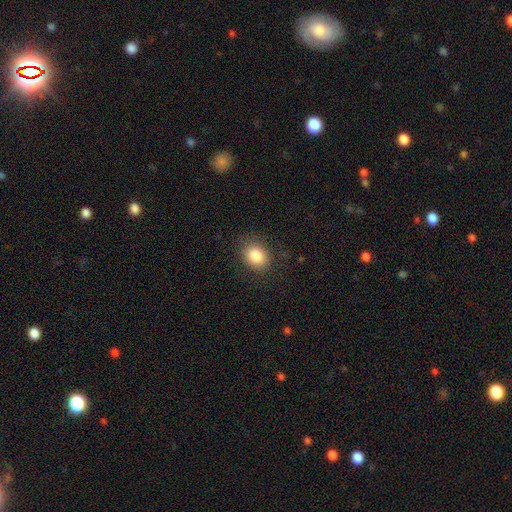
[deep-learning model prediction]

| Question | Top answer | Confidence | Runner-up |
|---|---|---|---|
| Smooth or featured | smooth | 85% | star or artifact (9%) |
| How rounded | in between | 50% | round (49%) |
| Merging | none | 85% | minor disturbance (11%) |